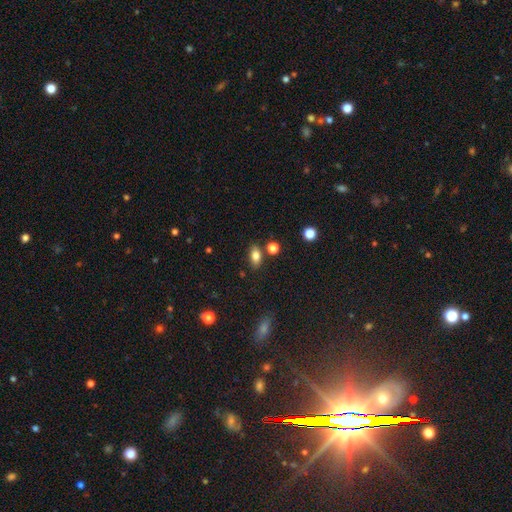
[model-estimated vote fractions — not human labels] Smooth or featured?
  - smooth: 80% *
  - featured or disk: 10%
  - star or artifact: 10%
How rounded?
  - in between: 84% *
  - round: 10%
  - cigar-shaped: 5%
Merging?
  - none: 78% *
  - minor disturbance: 12%
  - merger: 6%
  - major disturbance: 3%